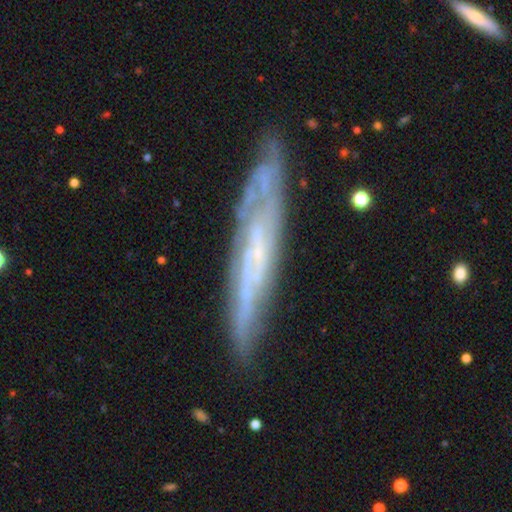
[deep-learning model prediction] Smooth or featured?
  - featured or disk: 72% *
  - smooth: 20%
  - star or artifact: 8%
Edge-on disk?
  - yes: 64% *
  - no: 36%
Merging?
  - none: 79% *
  - minor disturbance: 15%
  - major disturbance: 4%
  - merger: 2%